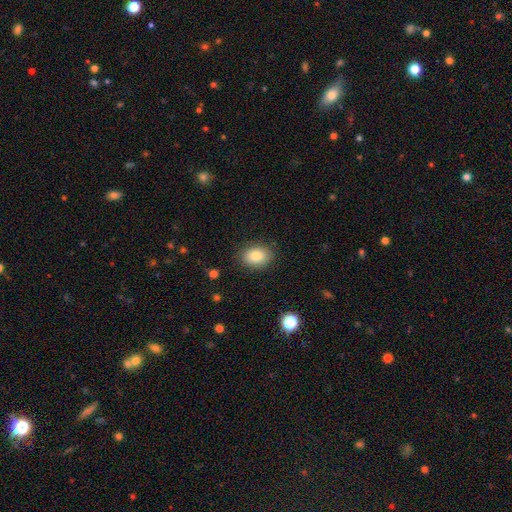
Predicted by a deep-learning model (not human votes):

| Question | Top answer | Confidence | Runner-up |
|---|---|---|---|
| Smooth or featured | smooth | 83% | star or artifact (9%) |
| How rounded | in between | 70% | round (29%) |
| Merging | none | 86% | minor disturbance (10%) |